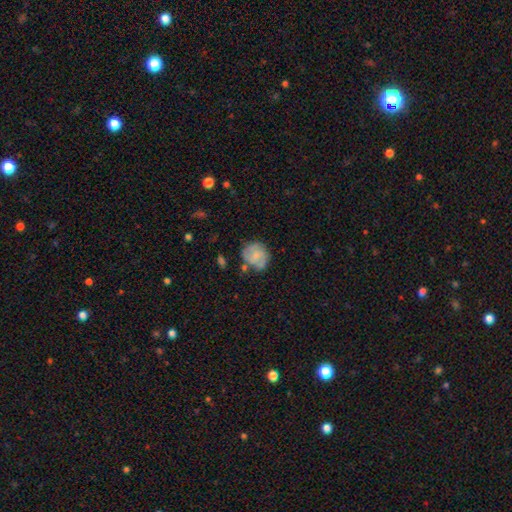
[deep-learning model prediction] Overall: smooth (48%; featured or disk 44%). Merging: none (61%; minor disturbance 24%).